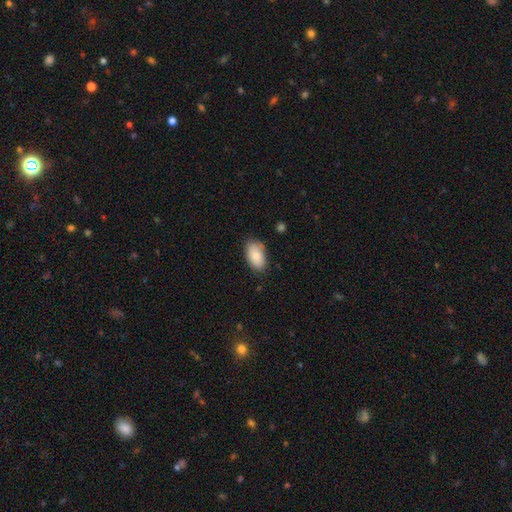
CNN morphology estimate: type=smooth (85%); roundness=in between (94%); merging=none (79%).